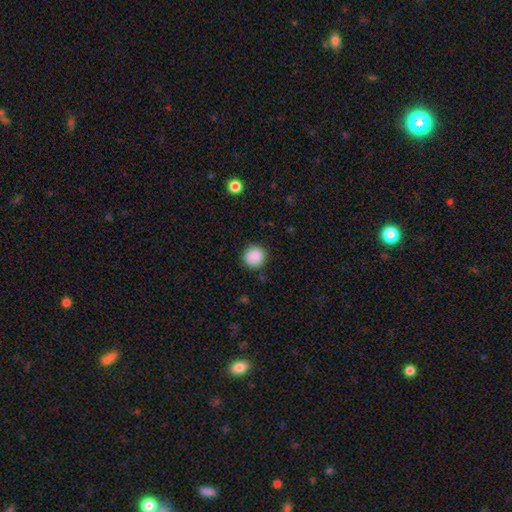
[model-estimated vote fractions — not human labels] A smooth galaxy with no disk features (89%) that is round (92%).

Vote fractions:
- Smooth or featured? smooth: 89% / star or artifact: 9% / featured or disk: 3%
- How rounded? round: 92% / in between: 7% / cigar-shaped: 1%
- Merging? none: 87% / minor disturbance: 9% / major disturbance: 3% / merger: 1%